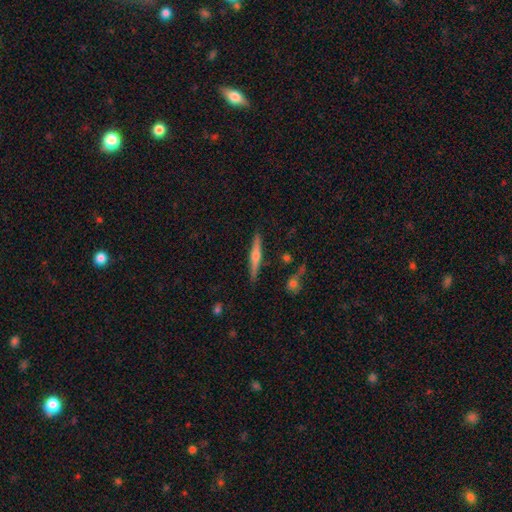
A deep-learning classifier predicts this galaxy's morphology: The model was most divided on "smooth or featured": featured or disk: 64%, smooth: 30%, star or artifact: 6%. More confident: edge-on disk — yes (97%); merging — none (88%); edge-on bulge — rounded (86%).